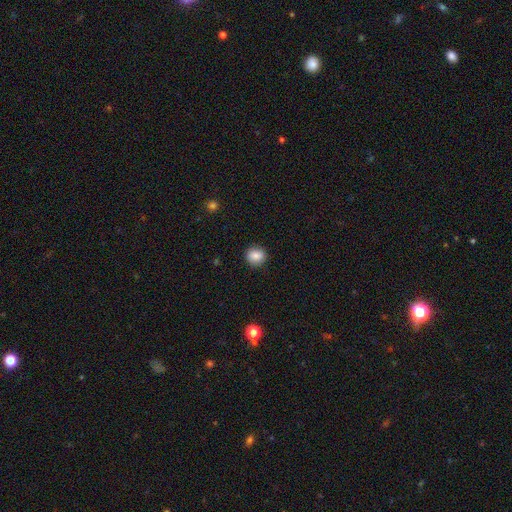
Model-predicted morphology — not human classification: The model was most divided on "how rounded": round: 85%, in between: 14%, cigar-shaped: 1%. More confident: merging — none (89%); smooth or featured — smooth (84%).